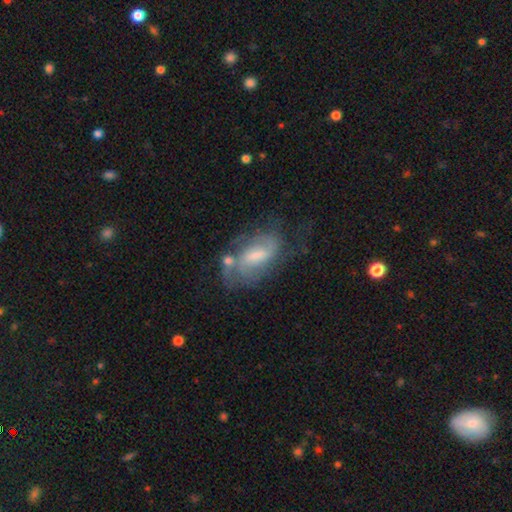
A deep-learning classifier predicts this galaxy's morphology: Q: Smooth or featured?
A: featured or disk (73%); runner-up: smooth (20%)
Q: Edge-on disk?
A: no (95%); runner-up: yes (5%)
Q: Bar?
A: weak (55%); runner-up: no (24%)
Q: Spiral arms?
A: yes (86%); runner-up: no (14%)
Q: Spiral winding?
A: medium (45%); runner-up: tight (35%)
Q: Spiral arm count?
A: 2 (51%); runner-up: can't tell (29%)
Q: Bulge size?
A: small (39%); tied with: moderate (39%)
Q: Merging?
A: none (49%); runner-up: minor disturbance (22%)